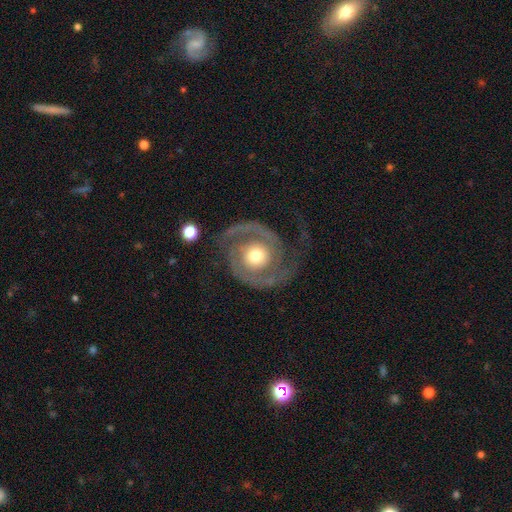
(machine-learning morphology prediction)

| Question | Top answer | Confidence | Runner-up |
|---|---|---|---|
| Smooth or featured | featured or disk | 88% | smooth (8%) |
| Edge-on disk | no | 98% | yes (2%) |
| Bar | no | 77% | weak (17%) |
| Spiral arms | yes | 96% | no (4%) |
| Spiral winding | tight | 45% | medium (41%) |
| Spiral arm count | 2 | 88% | 1 (5%) |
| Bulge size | moderate | 71% | large (17%) |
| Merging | none | 71% | minor disturbance (13%) |